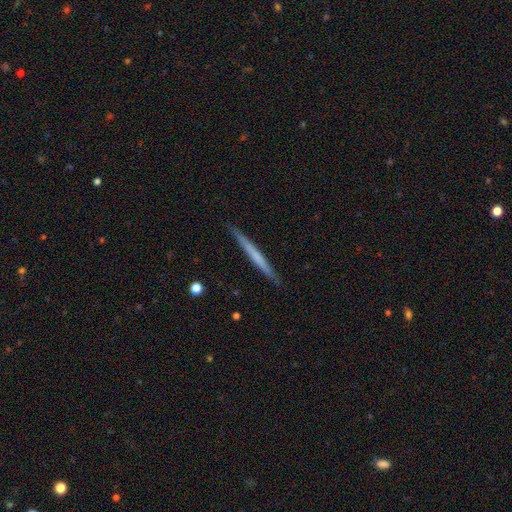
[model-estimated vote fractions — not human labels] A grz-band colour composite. It shows a smooth galaxy with no disk features (48%). Merging: none (90%).